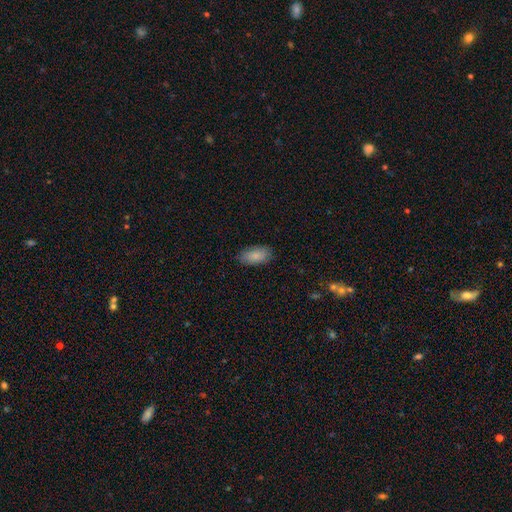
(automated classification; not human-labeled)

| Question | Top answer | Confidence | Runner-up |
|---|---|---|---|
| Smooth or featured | smooth | 85% | featured or disk (9%) |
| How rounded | in between | 93% | cigar-shaped (4%) |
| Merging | none | 85% | minor disturbance (12%) |